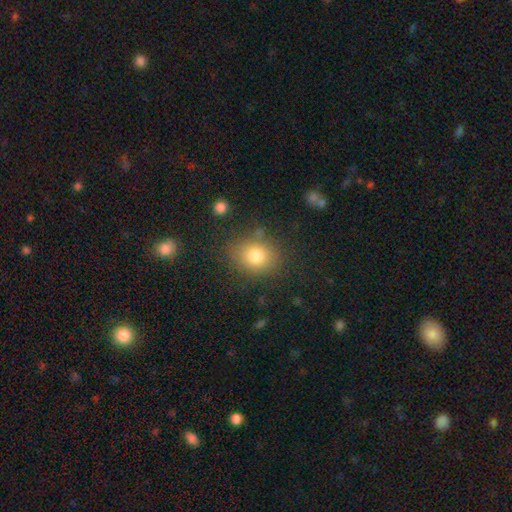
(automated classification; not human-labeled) Morphology: type=smooth (80%); roundness=round (59%); merging=none (79%).